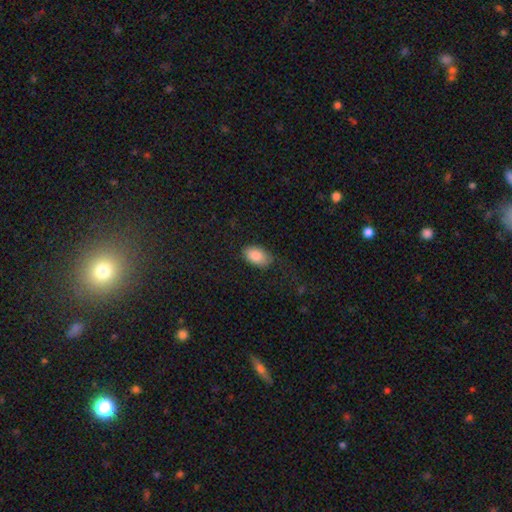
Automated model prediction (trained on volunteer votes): This is clearly a smooth galaxy (85%). How rounded: clearly in between (91%). Merging: likely none (78%).